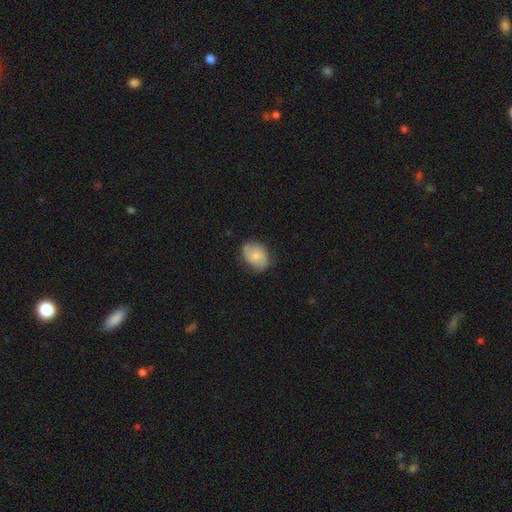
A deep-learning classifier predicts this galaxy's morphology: A smooth galaxy with no disk features (62%) that is in between round and cigar-shaped (73%).

Vote fractions:
- Smooth or featured? smooth: 62% / featured or disk: 30% / star or artifact: 7%
- How rounded? in between: 73% / round: 26% / cigar-shaped: 1%
- Merging? none: 71% / minor disturbance: 22% / major disturbance: 5% / merger: 1%